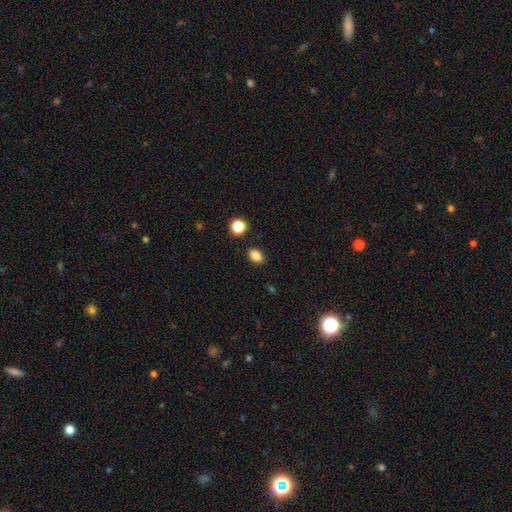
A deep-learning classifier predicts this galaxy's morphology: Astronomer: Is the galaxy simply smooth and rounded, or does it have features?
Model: smooth — 85%.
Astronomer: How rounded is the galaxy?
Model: in between — 80%.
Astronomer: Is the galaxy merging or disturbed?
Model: none — 88%.